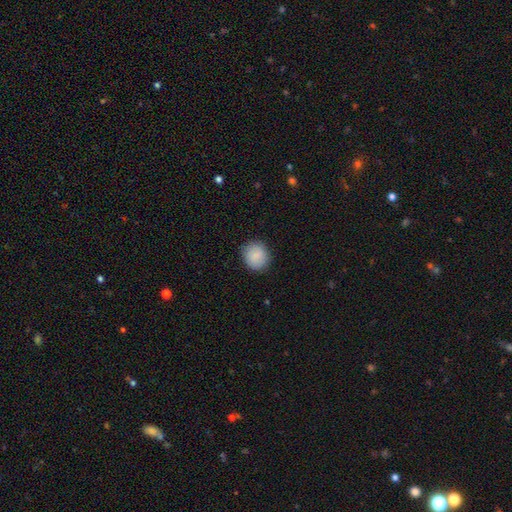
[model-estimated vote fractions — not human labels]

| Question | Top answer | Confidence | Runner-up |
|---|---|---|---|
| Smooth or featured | smooth | 88% | star or artifact (7%) |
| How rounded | round | 82% | in between (17%) |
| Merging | none | 86% | minor disturbance (10%) |